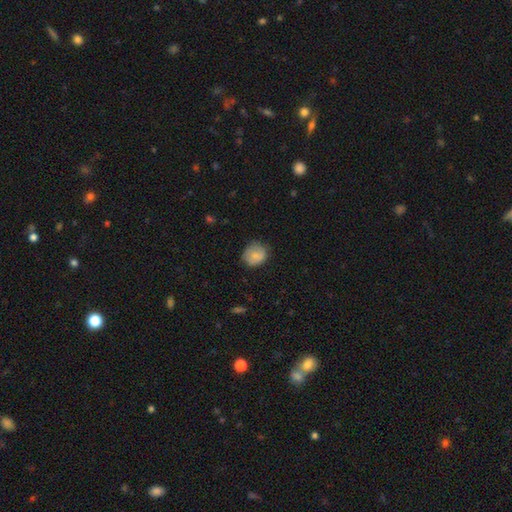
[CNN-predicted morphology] The model was most divided on "merging": none: 69%, minor disturbance: 24%, major disturbance: 6%, merger: 1%. More confident: smooth or featured — smooth (79%); how rounded — round (74%).